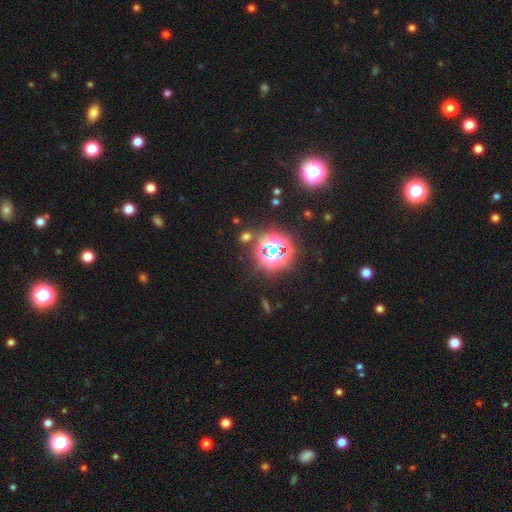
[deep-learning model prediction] The model was most divided on "smooth or featured": star or artifact: 77%, smooth: 17%, featured or disk: 7%.